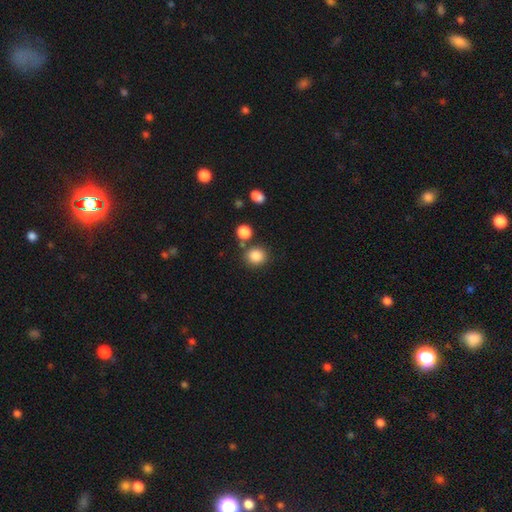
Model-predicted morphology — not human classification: Smooth or featured? smooth (85%)
How rounded? round (82%)
Merging? none (75%)